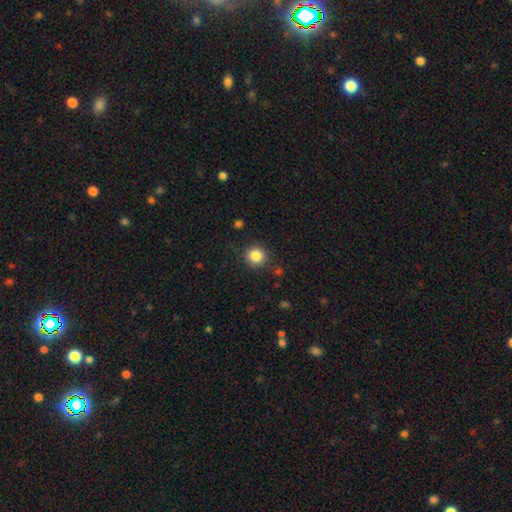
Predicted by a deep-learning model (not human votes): smooth_or_featured: smooth (p=0.85) [alt: star or artifact p=0.11]
how_rounded: round (p=0.88) [alt: in between p=0.11]
merging: none (p=0.85) [alt: minor disturbance p=0.10]